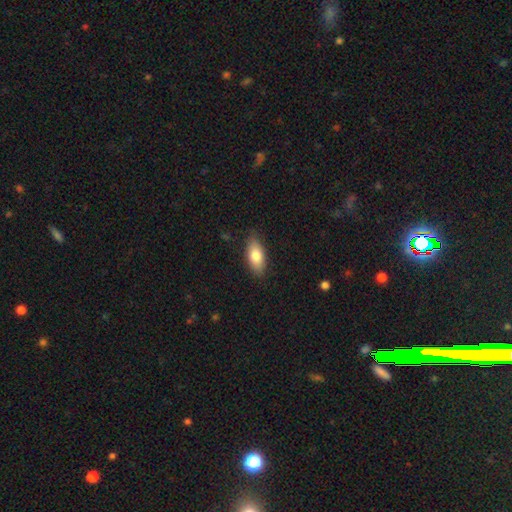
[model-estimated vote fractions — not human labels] Smooth or featured: smooth — 79% (featured or disk — 15%)
How rounded: in between — 86% (cigar-shaped — 11%)
Merging: none — 85% (minor disturbance — 12%)